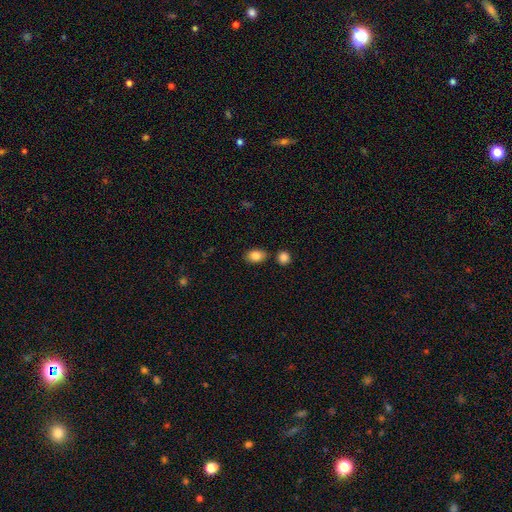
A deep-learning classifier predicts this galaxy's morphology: A smooth galaxy with no disk features (86%) that is in between round and cigar-shaped (81%).

Vote fractions:
- Smooth or featured? smooth: 86% / star or artifact: 8% / featured or disk: 6%
- How rounded? in between: 81% / round: 18% / cigar-shaped: 1%
- Merging? none: 78% / minor disturbance: 11% / merger: 8% / major disturbance: 3%